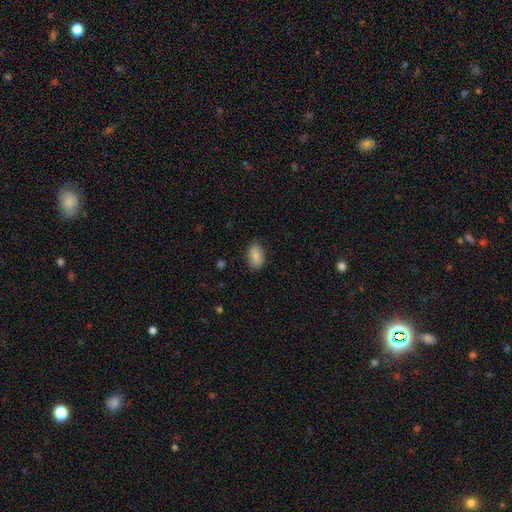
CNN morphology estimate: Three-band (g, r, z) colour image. It shows a smooth galaxy with no disk features (82%) that is in between round and cigar-shaped (91%). Merging: none (84%).